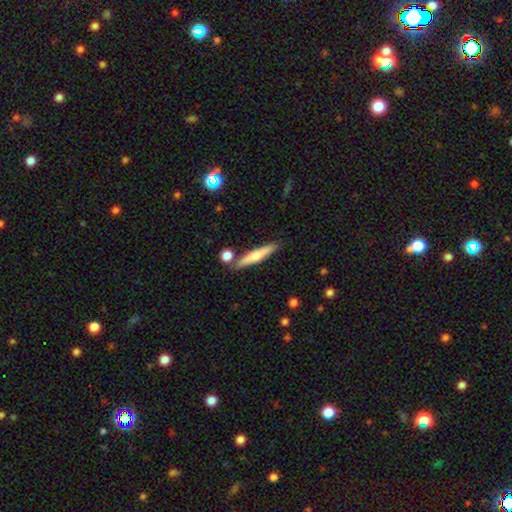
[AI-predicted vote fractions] A smooth galaxy with no disk features (50%) that is cigar-shaped (89%). Merging: none (81%).